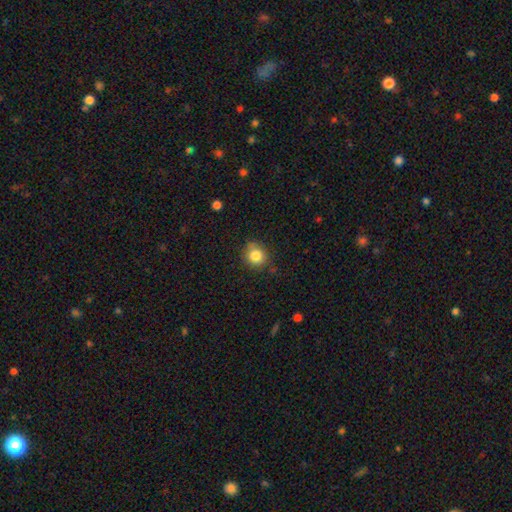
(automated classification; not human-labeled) A smooth galaxy with no disk features (83%) that is round (85%). Merging: none (79%).